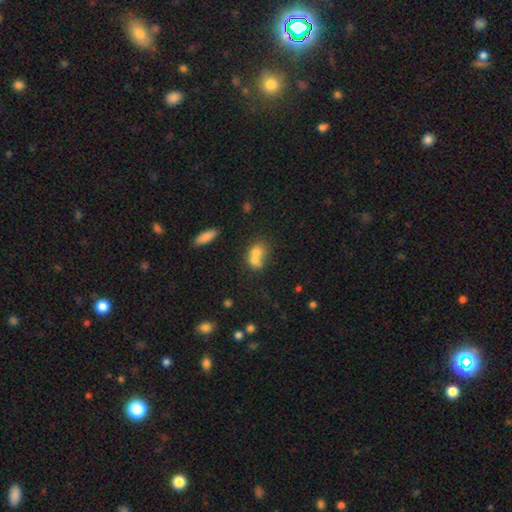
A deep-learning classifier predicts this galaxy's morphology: Smooth or featured? smooth (69%)
How rounded? in between (55%)
Merging? merger (68%)